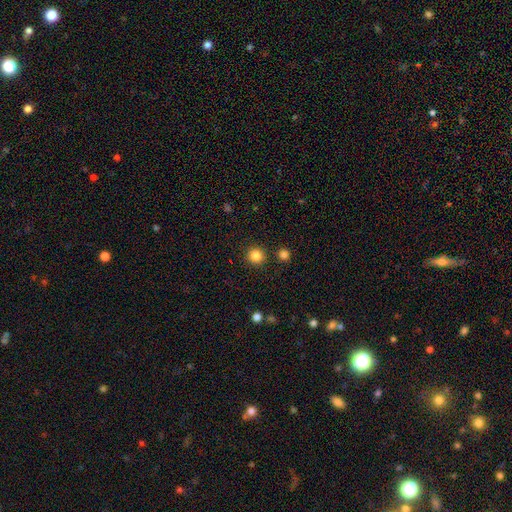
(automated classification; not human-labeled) Smooth or featured: smooth — 84% (star or artifact — 12%)
How rounded: round — 95% (in between — 5%)
Merging: none — 90% (minor disturbance — 5%)